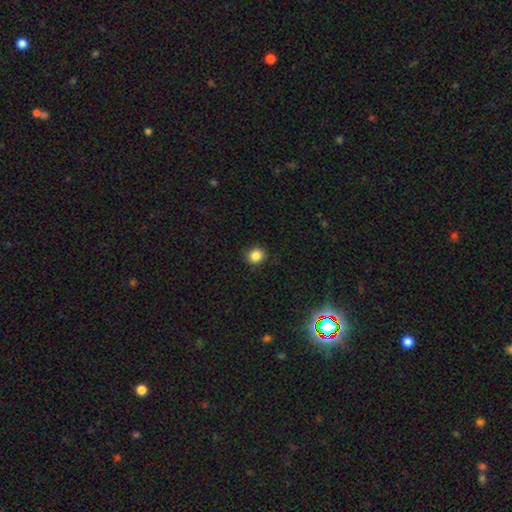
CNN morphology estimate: Q: Smooth or featured?
A: smooth (85%); runner-up: star or artifact (11%)
Q: How rounded?
A: round (88%); runner-up: in between (11%)
Q: Merging?
A: none (91%); runner-up: minor disturbance (6%)